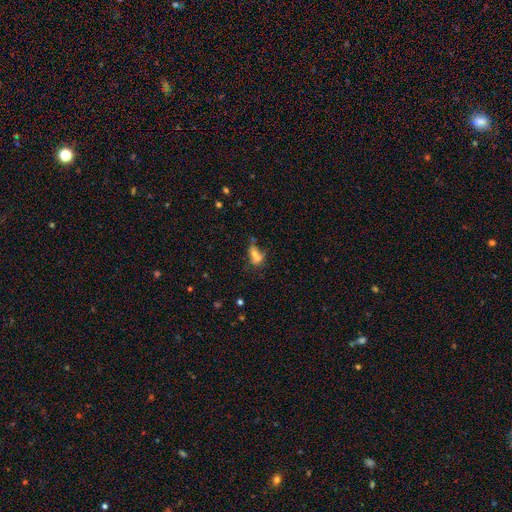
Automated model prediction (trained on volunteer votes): Overall: smooth (61%; featured or disk 23%). How rounded: in between (63%; round 30%). Merging: merger (54%; none 24%).